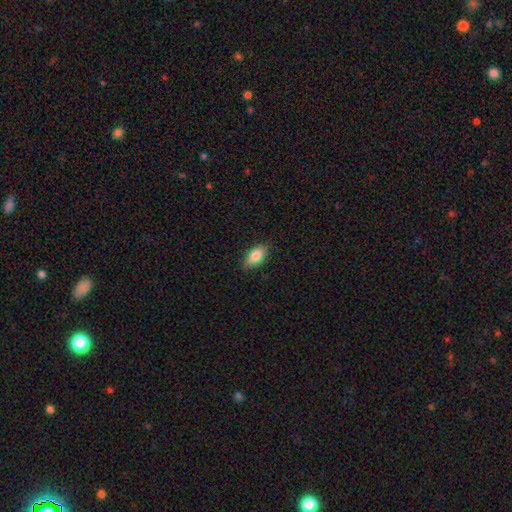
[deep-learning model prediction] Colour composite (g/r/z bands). It shows a smooth galaxy with no disk features (82%) that is in between round and cigar-shaped (89%). Merging: none (82%).